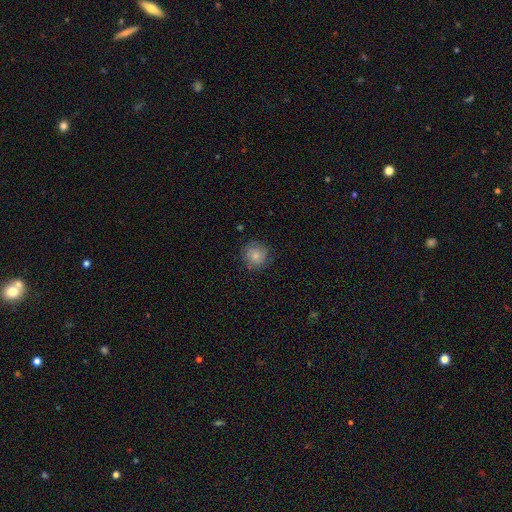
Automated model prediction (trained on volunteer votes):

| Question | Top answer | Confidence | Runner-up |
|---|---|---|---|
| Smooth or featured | smooth | 77% | featured or disk (14%) |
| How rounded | round | 92% | in between (7%) |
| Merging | none | 82% | minor disturbance (14%) |